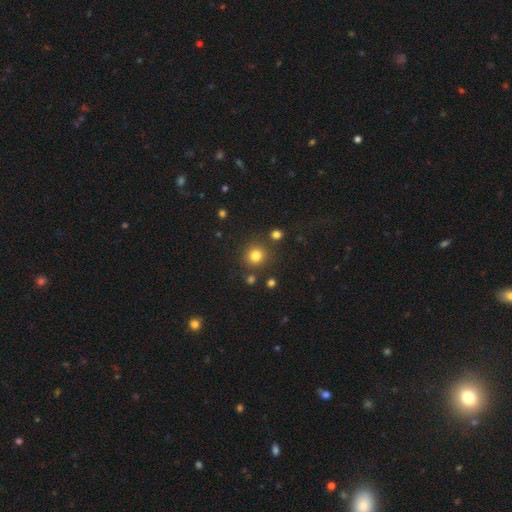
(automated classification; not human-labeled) A smooth galaxy with no disk features (80%) that is round (91%). Merging: none (83%).